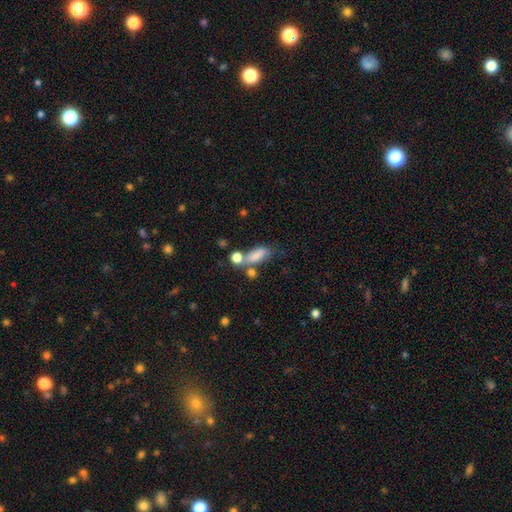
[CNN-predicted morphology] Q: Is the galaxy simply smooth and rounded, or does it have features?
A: smooth — 75%.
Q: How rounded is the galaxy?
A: in between — 65%.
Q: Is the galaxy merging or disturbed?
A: none — 41%.